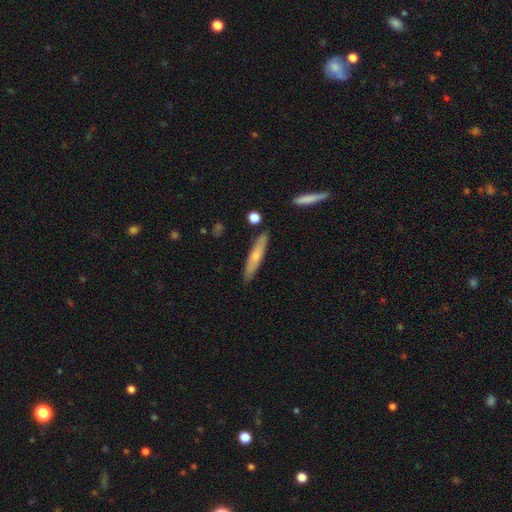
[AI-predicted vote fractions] Smooth or featured? smooth (61%)
How rounded? cigar-shaped (88%)
Merging? none (87%)